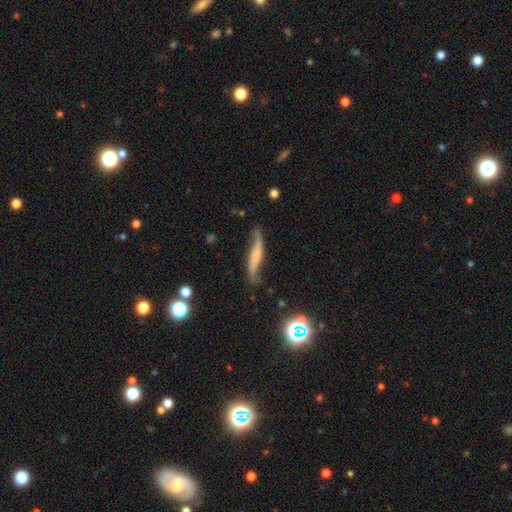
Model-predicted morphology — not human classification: smooth_or_featured: featured or disk (p=0.70) [alt: smooth p=0.22]
disk_edge_on: no (p=0.53) [alt: yes p=0.47]
merging: none (p=0.66) [alt: minor disturbance p=0.22]